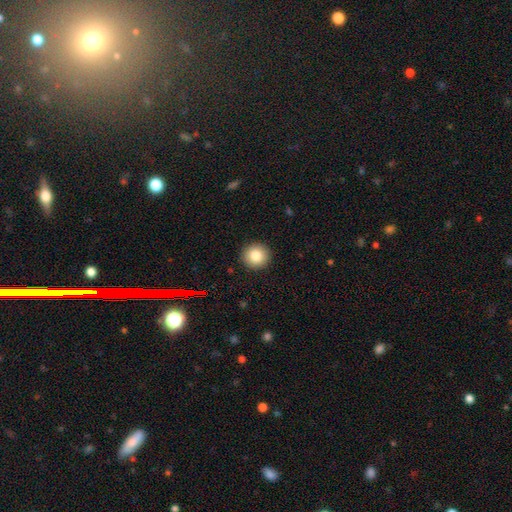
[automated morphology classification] Smooth or featured?
  - smooth: 83% *
  - star or artifact: 9%
  - featured or disk: 8%
How rounded?
  - round: 94% *
  - in between: 5%
  - cigar-shaped: 1%
Merging?
  - none: 92% *
  - minor disturbance: 5%
  - major disturbance: 2%
  - merger: 1%